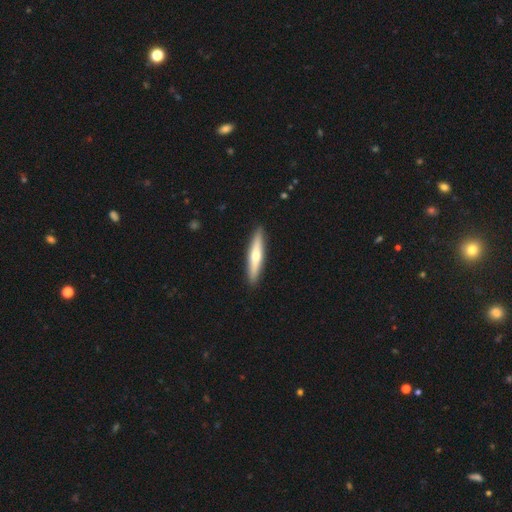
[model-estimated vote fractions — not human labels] Q: Smooth or featured?
A: smooth (48%); runner-up: featured or disk (47%)
Q: Merging?
A: none (91%); runner-up: minor disturbance (6%)